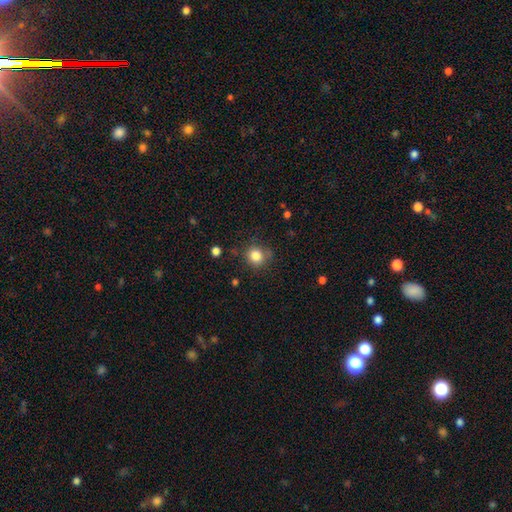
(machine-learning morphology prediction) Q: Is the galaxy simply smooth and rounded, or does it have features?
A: smooth — 83%.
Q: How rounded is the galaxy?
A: round — 87%.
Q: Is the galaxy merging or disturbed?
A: none — 76%.